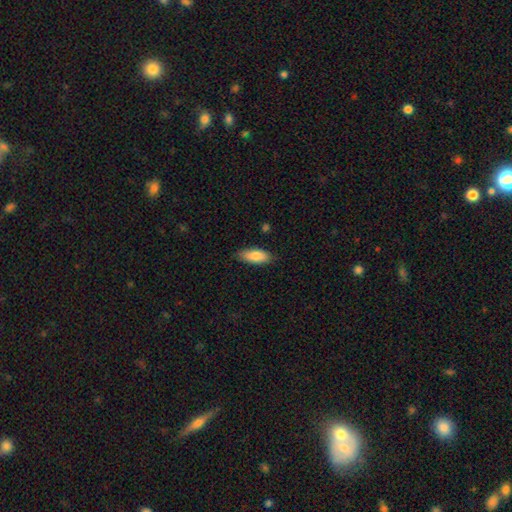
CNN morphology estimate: smooth 84%, featured or disk 10%, star or artifact 6%. Down the decision tree: how rounded — in between (78%); merging — none (83%).